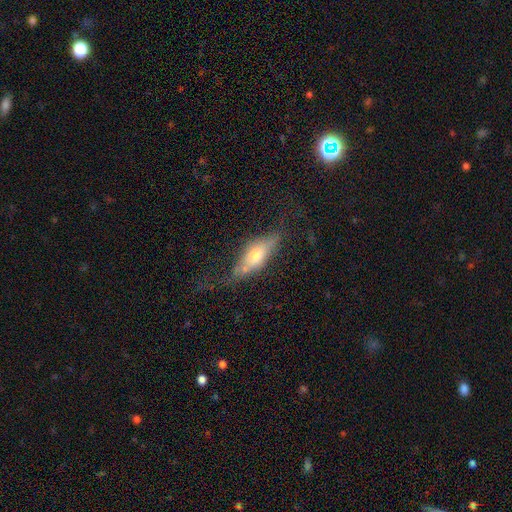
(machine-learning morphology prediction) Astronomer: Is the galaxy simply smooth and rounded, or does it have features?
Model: featured or disk — 48% (runner-up: smooth, 44%).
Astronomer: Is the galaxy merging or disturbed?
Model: none — 49% (runner-up: minor disturbance, 27%).